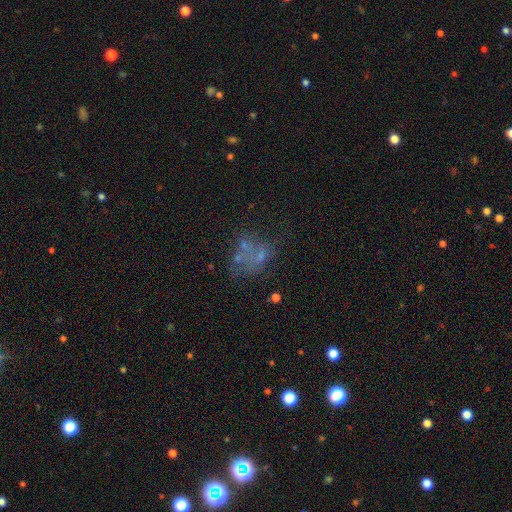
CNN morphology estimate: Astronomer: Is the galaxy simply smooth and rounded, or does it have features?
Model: featured or disk — 43% (runner-up: smooth, 34%).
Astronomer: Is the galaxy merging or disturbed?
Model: none — 40% (runner-up: major disturbance, 23%).